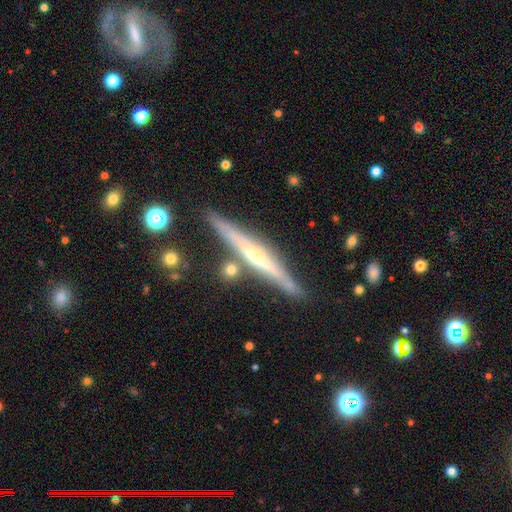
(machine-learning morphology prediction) smooth_or_featured: featured or disk (p=0.73) [alt: smooth p=0.20]
disk_edge_on: yes (p=0.96) [alt: no p=0.04]
edge_on_bulge: rounded (p=0.49) [alt: none p=0.40]
merging: none (p=0.83) [alt: minor disturbance p=0.10]